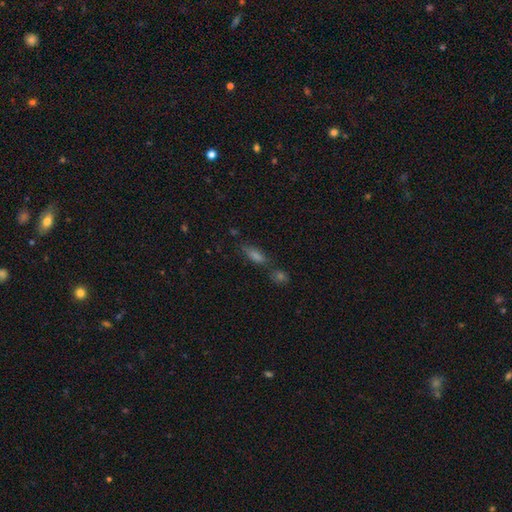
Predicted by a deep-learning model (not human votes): This appears to be a smooth galaxy with no disk features (59%) that is in between round and cigar-shaped (52%). Merging: none (60%).